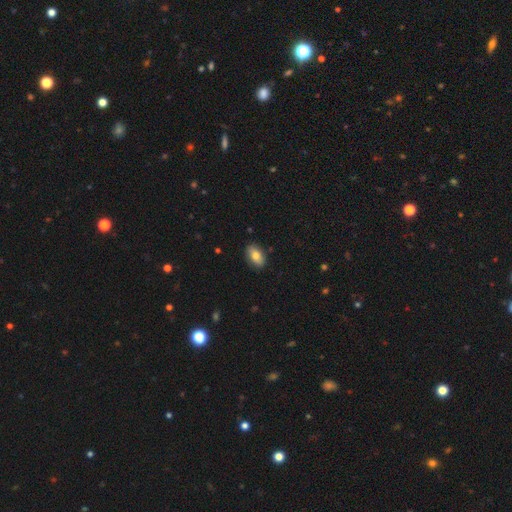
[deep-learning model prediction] A smooth galaxy with no disk features (75%) that is in between round and cigar-shaped (92%).

Vote fractions:
- Smooth or featured? smooth: 75% / featured or disk: 17% / star or artifact: 7%
- How rounded? in between: 92% / round: 6% / cigar-shaped: 2%
- Merging? none: 86% / minor disturbance: 11% / major disturbance: 2% / merger: 1%